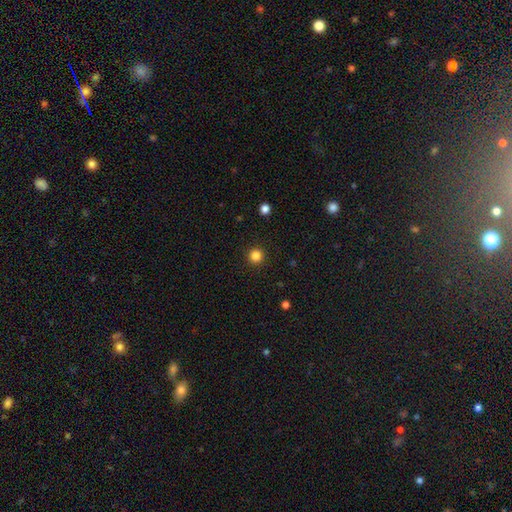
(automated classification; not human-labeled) A smooth galaxy with no disk features (83%) that is round (96%). Merging: none (93%).